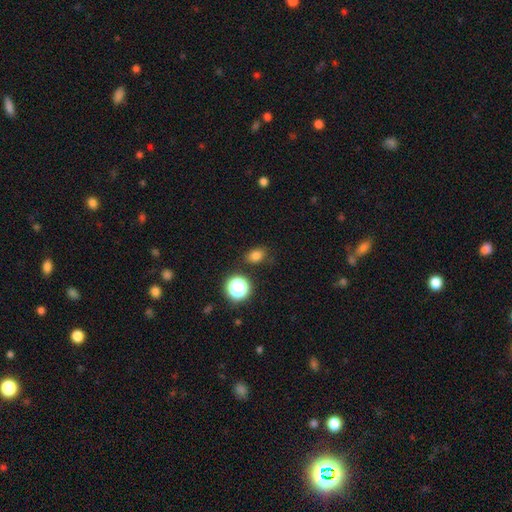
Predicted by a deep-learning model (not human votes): This appears to be a smooth galaxy with no disk features (78%) that is in between round and cigar-shaped (59%). Merging: none (80%).